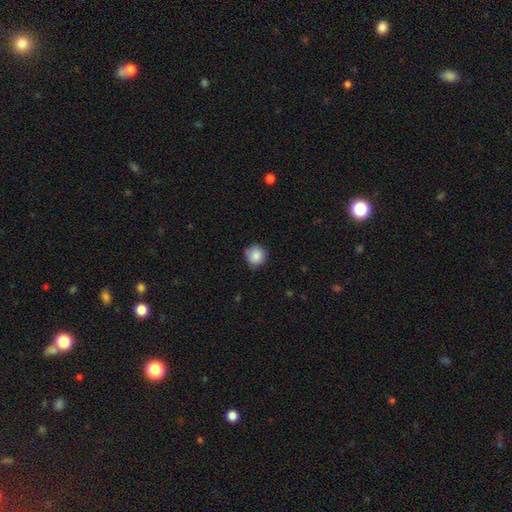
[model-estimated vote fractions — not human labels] Morphology: type=smooth (87%); roundness=round (92%); merging=none (79%).